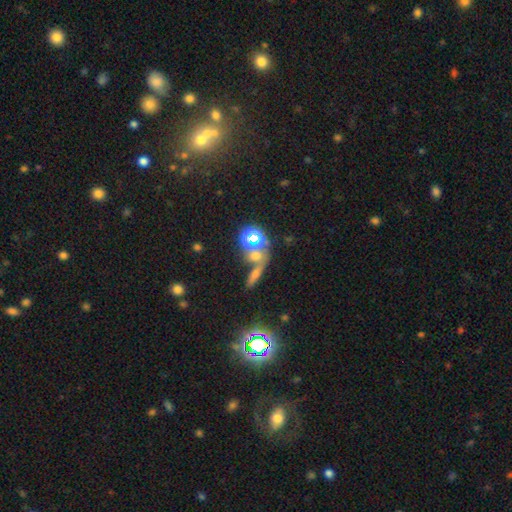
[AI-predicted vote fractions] A smooth galaxy with no disk features (48%). Merging: none (45%).